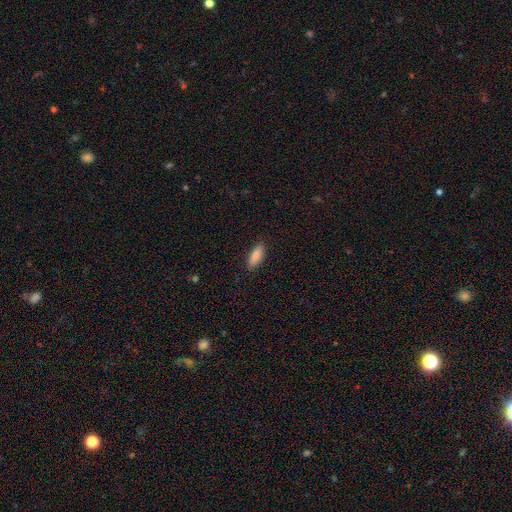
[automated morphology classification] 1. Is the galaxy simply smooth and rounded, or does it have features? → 86% smooth, 8% featured or disk, 6% star or artifact.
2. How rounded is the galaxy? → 70% in between, 28% cigar-shaped, 2% round.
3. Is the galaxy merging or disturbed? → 88% none, 9% minor disturbance, 2% major disturbance, 1% merger.